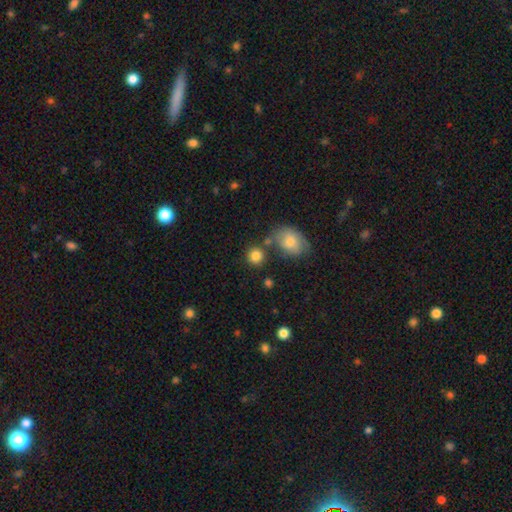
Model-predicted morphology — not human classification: smooth-or-featured: smooth: 84% | star or artifact: 9% | featured or disk: 7%
  how-rounded: round: 84% | in between: 15% | cigar-shaped: 1%
  merging: none: 71% | merger: 14% | minor disturbance: 11% | major disturbance: 4%